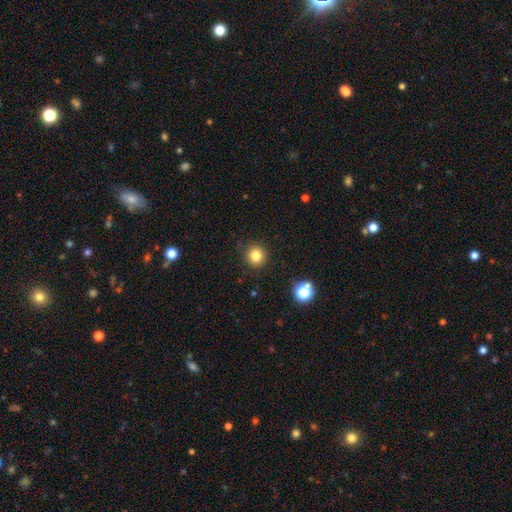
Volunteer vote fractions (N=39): Smooth or featured? smooth (92%)
How rounded? round (97%)
Merging? none (82%)